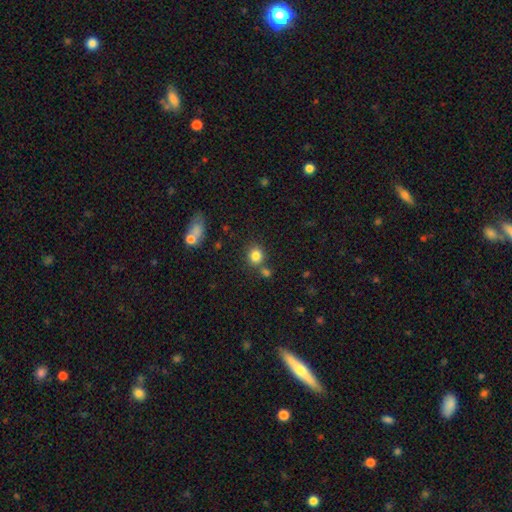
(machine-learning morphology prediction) The model was most divided on "merging": none: 72%, merger: 14%, minor disturbance: 10%, major disturbance: 4%. More confident: smooth or featured — smooth (82%); how rounded — round (79%).